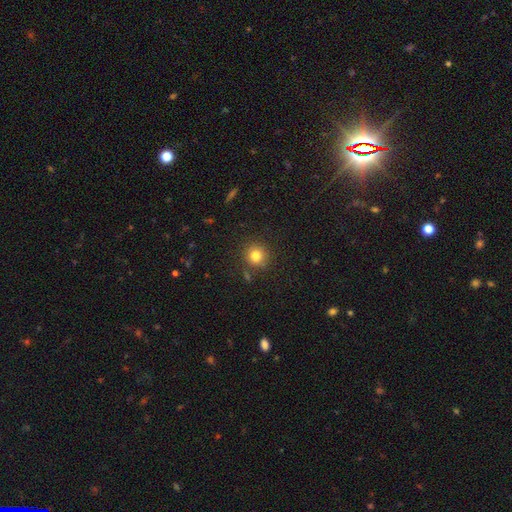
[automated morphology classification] A smooth galaxy with no disk features (81%) that is round (91%).

Vote fractions:
- Smooth or featured? smooth: 81% / star or artifact: 13% / featured or disk: 6%
- How rounded? round: 91% / in between: 8% / cigar-shaped: 1%
- Merging? none: 84% / minor disturbance: 9% / merger: 4% / major disturbance: 3%